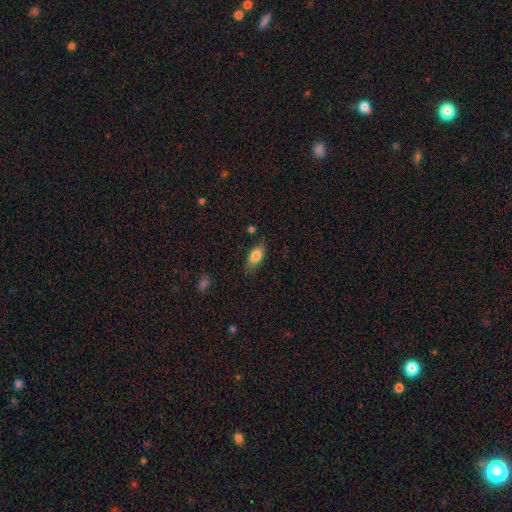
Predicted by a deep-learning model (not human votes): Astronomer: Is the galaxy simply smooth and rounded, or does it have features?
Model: smooth — 83%.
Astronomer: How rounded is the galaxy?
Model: in between — 88%.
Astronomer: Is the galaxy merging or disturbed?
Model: none — 75%.